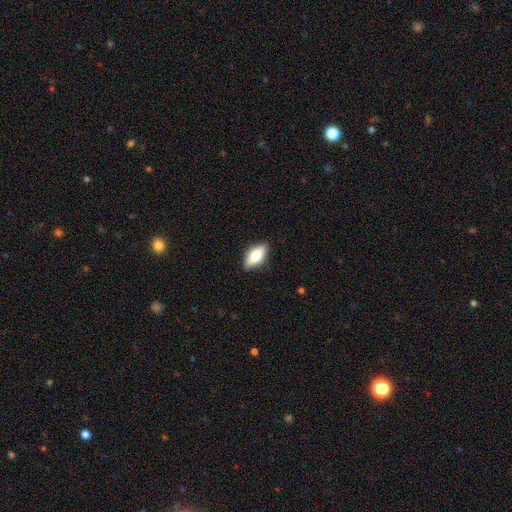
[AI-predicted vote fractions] Q: Smooth or featured?
A: smooth (73%); runner-up: featured or disk (20%)
Q: How rounded?
A: in between (87%); runner-up: cigar-shaped (10%)
Q: Merging?
A: none (86%); runner-up: minor disturbance (11%)